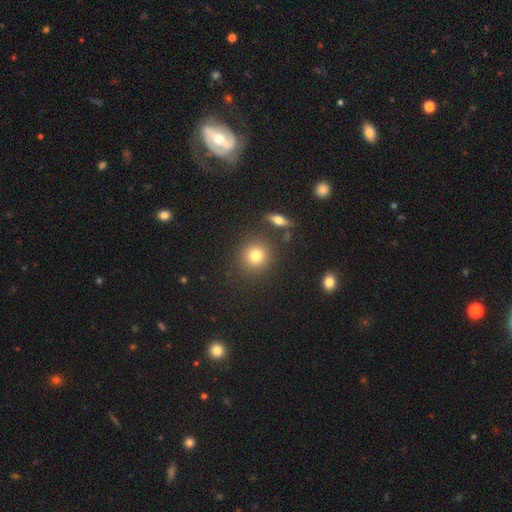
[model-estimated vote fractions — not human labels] Morphology: type=smooth (79%); roundness=round (90%); merging=none (84%).